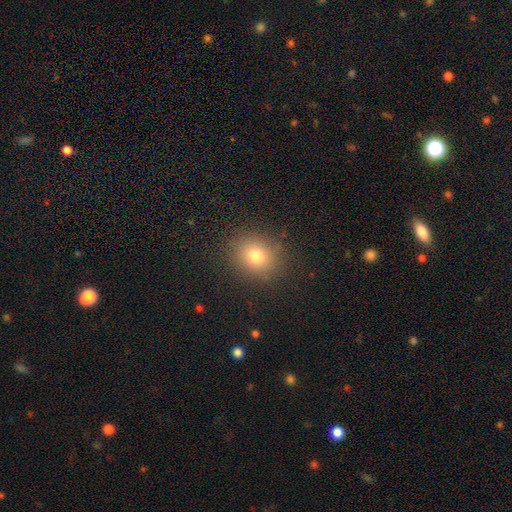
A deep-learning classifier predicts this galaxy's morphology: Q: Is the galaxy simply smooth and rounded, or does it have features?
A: smooth — 76%.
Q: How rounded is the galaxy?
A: round — 71%.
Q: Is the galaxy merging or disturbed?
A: none — 88%.